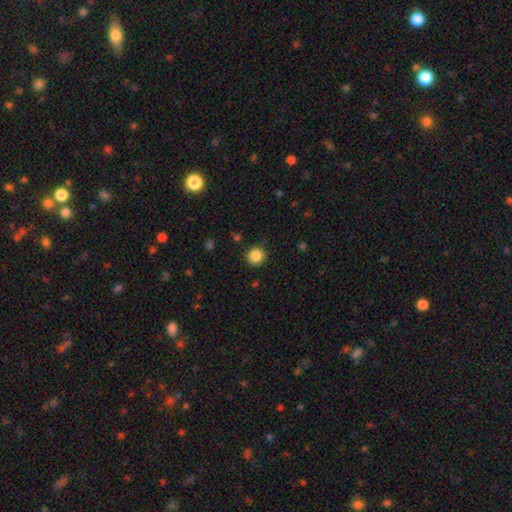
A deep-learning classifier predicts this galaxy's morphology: Overall: smooth (86%). How rounded: round (93%). Merging: none (88%).